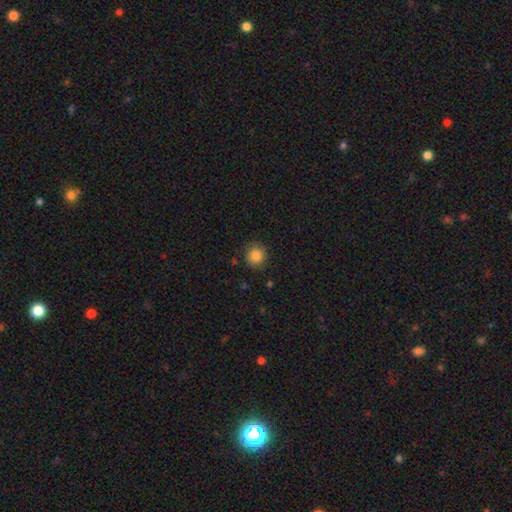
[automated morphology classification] This is clearly a smooth galaxy (85%). How rounded: clearly round (89%). Merging: clearly none (86%).